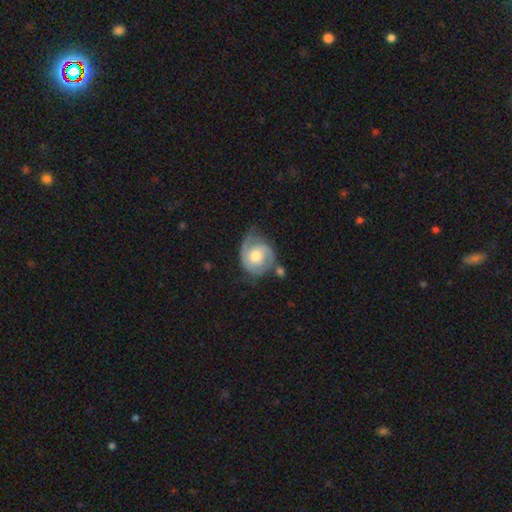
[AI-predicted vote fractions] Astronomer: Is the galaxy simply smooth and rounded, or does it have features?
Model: featured or disk — 76%.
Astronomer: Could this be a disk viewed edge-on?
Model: no — 98%.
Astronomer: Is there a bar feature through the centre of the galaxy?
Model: no — 71%.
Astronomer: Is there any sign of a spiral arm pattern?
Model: yes — 92%.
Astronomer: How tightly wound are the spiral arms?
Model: tight — 55% (runner-up: medium, 34%).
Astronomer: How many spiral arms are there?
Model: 2 — 66%.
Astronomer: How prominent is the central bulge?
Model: moderate — 67%.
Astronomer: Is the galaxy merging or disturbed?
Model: none — 51% (runner-up: minor disturbance, 27%).